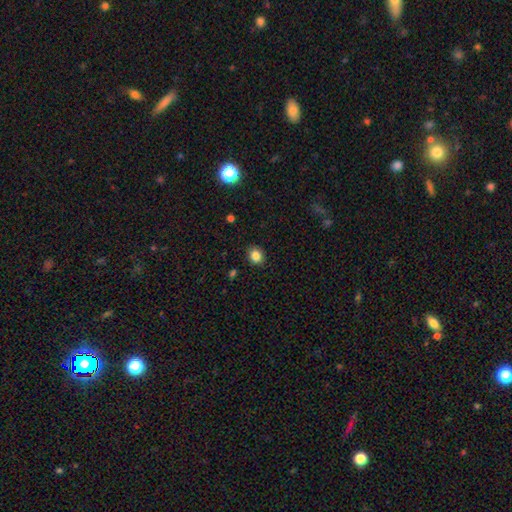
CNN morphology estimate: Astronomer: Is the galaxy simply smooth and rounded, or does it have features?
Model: smooth — 84%.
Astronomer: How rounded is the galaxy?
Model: round — 68%.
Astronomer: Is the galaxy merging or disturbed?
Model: none — 90%.